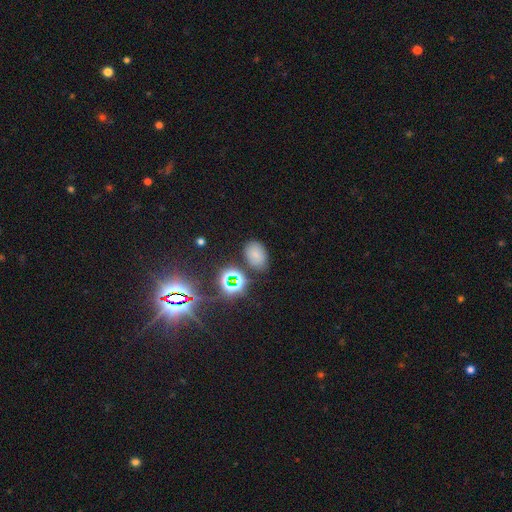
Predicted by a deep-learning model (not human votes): Smooth or featured? smooth (64%)
How rounded? in between (80%)
Merging? none (76%)